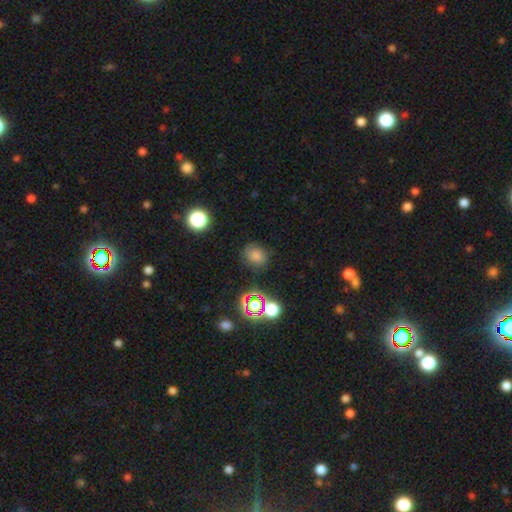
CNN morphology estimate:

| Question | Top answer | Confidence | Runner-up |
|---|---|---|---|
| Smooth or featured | smooth | 69% | star or artifact (19%) |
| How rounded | round | 67% | in between (32%) |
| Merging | none | 73% | minor disturbance (18%) |